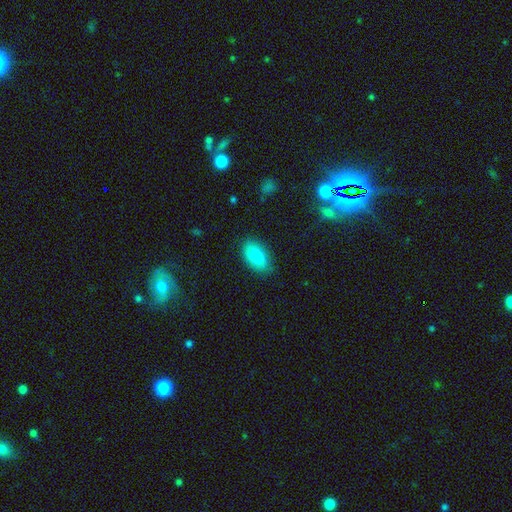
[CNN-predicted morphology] smooth_or_featured: smooth (p=0.85) [alt: featured or disk p=0.08]
how_rounded: in between (p=0.93) [alt: round p=0.04]
merging: none (p=0.82) [alt: minor disturbance p=0.13]